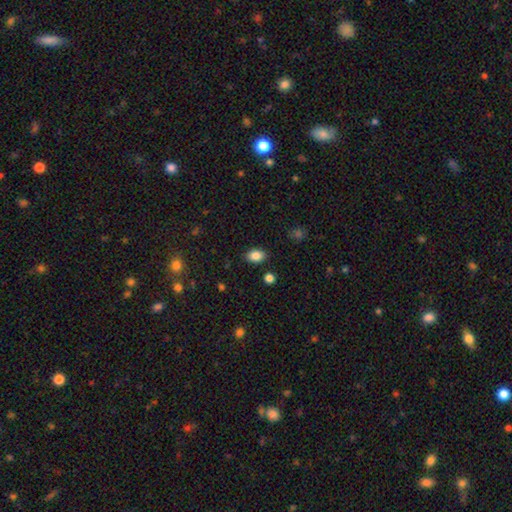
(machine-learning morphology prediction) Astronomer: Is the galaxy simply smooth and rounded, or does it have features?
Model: smooth — 86%.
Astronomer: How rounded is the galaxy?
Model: in between — 84%.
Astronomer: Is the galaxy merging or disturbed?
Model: none — 86%.